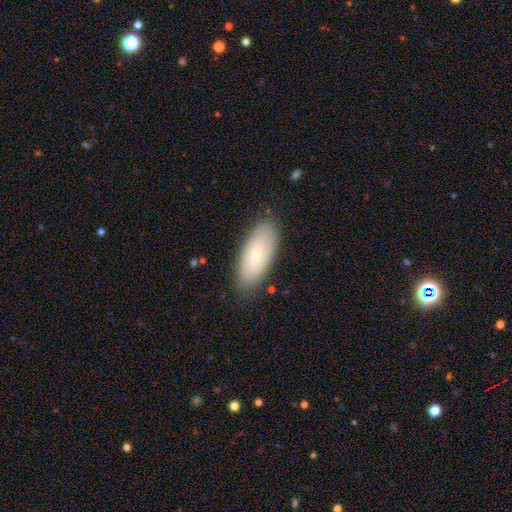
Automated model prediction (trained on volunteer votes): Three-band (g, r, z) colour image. It shows a smooth galaxy with no disk features (61%) that is in between round and cigar-shaped (83%). Merging: none (84%).